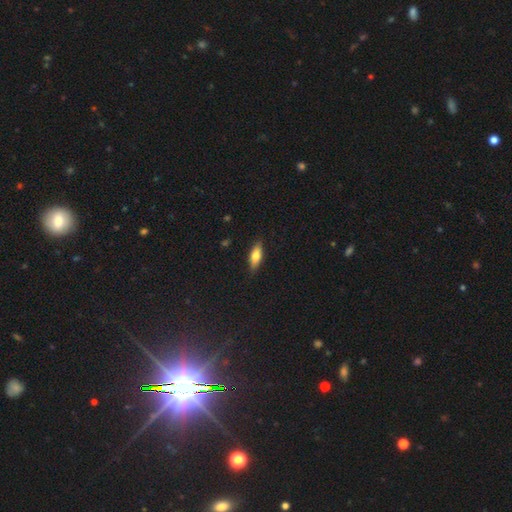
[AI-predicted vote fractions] This is likely a smooth galaxy (67%). How rounded: likely in between (61%). Merging: clearly none (86%).